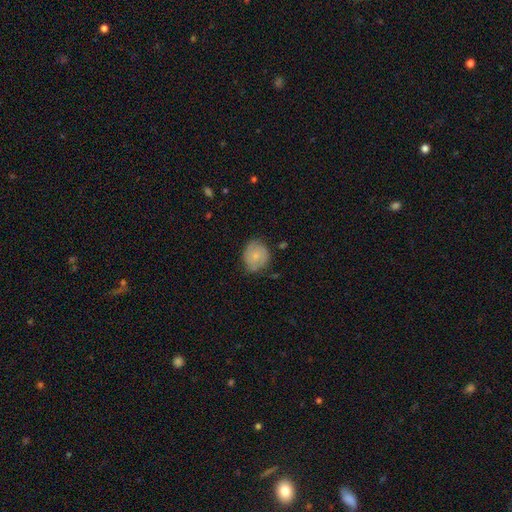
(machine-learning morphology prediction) type=smooth (64%); roundness=round (73%); merging=none (69%).